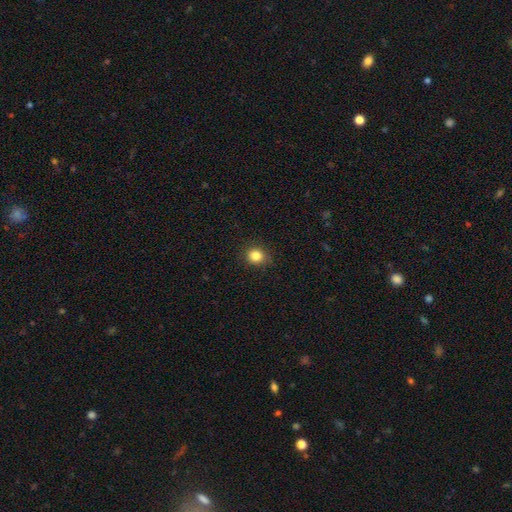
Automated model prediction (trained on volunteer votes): Smooth or featured? Predicted: smooth (p=0.84). How rounded? Predicted: round (p=0.80). Merging? Predicted: none (p=0.85).